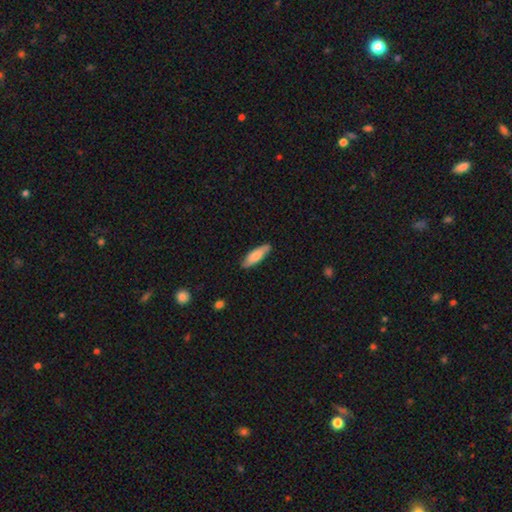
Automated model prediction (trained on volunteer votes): Smooth or featured? smooth (74%)
How rounded? cigar-shaped (56%)
Merging? none (85%)